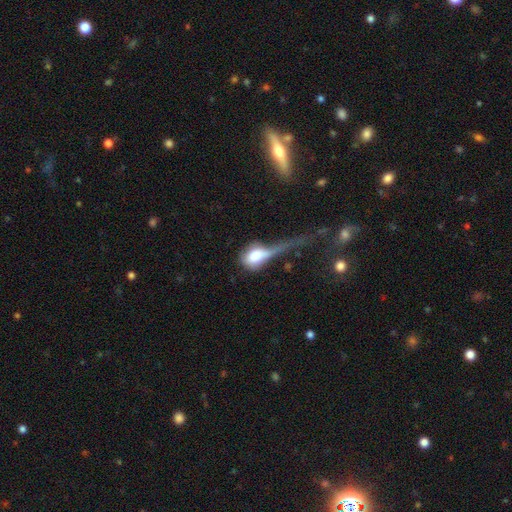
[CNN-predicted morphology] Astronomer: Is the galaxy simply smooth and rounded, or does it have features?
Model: smooth — 64%.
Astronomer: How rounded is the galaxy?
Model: in between — 47%, tied with round at 47%.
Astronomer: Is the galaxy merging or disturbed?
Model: major disturbance — 59%.